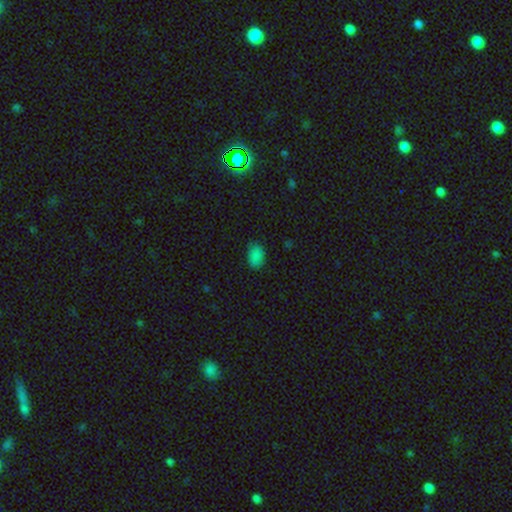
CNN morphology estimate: Smooth or featured: smooth — 84% (star or artifact — 12%)
How rounded: in between — 87% (round — 12%)
Merging: none — 80% (minor disturbance — 16%)